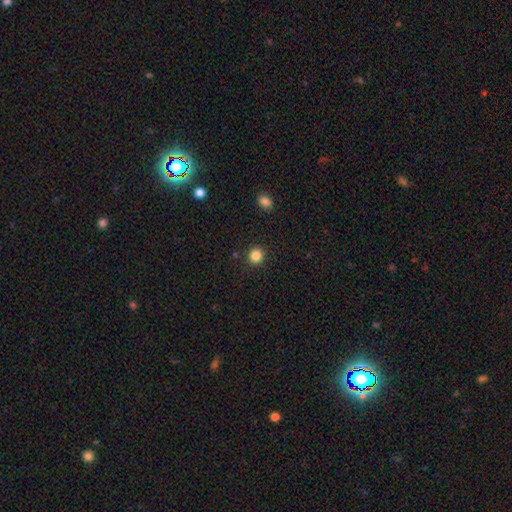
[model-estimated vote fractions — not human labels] Smooth or featured: smooth — 85% (star or artifact — 12%)
How rounded: round — 90% (in between — 9%)
Merging: none — 91% (minor disturbance — 6%)